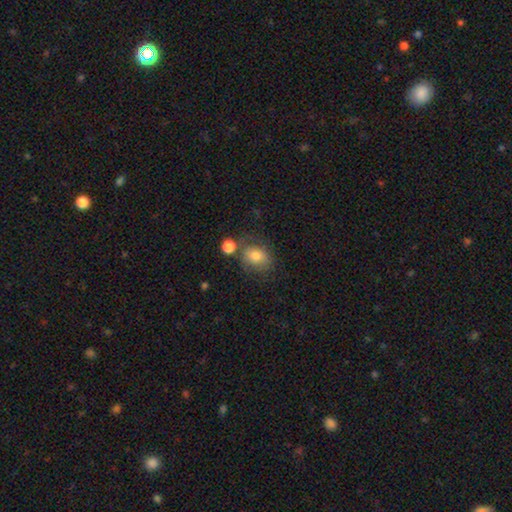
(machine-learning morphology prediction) Smooth or featured? Predicted: smooth (p=0.76). How rounded? Predicted: in between (p=0.50). Merging? Predicted: none (p=0.57).